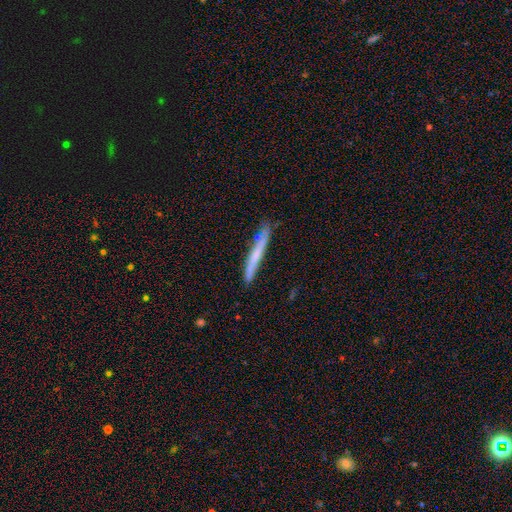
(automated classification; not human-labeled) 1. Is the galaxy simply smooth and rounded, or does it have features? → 53% smooth, 41% featured or disk, 6% star or artifact.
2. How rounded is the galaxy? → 96% cigar-shaped, 3% in between, 1% round.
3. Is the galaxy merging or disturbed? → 74% none, 20% minor disturbance, 3% major disturbance, 3% merger.